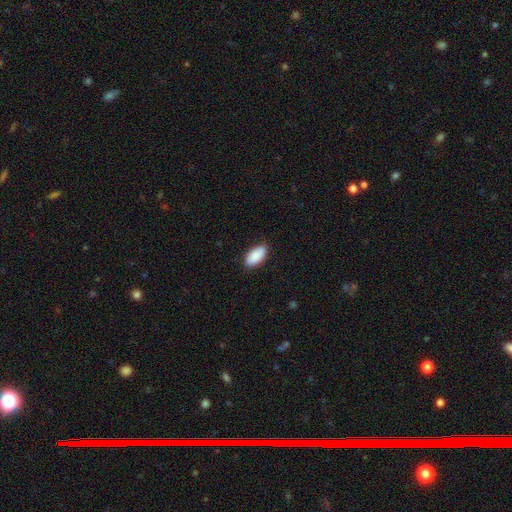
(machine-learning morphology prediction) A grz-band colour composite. It shows a smooth galaxy with no disk features (90%) that is in between round and cigar-shaped (93%). Merging: none (86%).